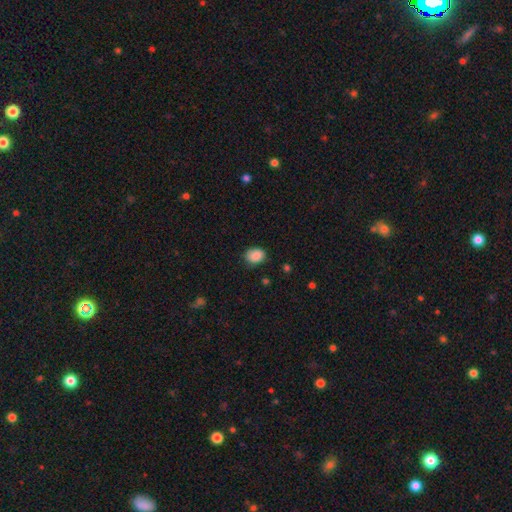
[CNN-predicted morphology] A smooth galaxy with no disk features (88%) that is in between round and cigar-shaped (62%). Merging: none (81%).